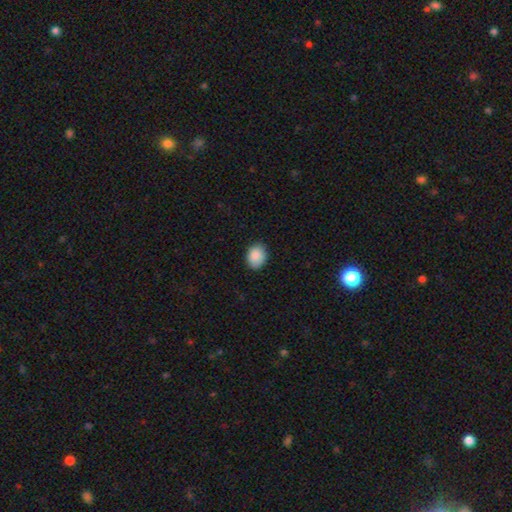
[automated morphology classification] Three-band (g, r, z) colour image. It shows a smooth galaxy with no disk features (88%) that is in between round and cigar-shaped (54%). Merging: none (82%).